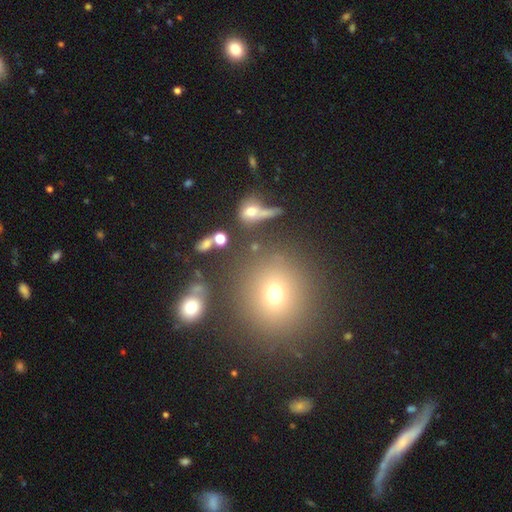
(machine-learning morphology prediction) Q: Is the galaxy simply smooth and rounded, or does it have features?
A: smooth — 51%.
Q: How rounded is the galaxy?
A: round — 87%.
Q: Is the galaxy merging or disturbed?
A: none — 83%.